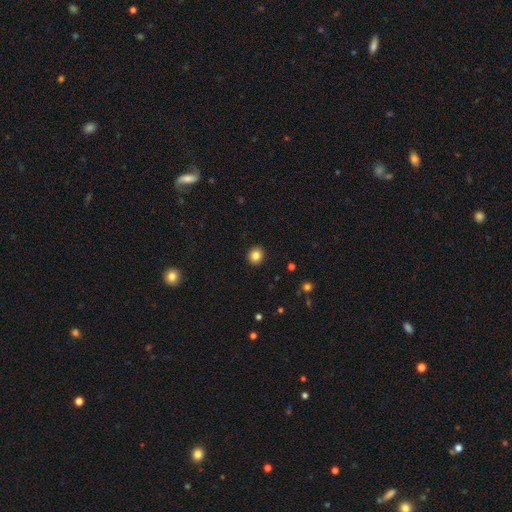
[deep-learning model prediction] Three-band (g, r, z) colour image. It shows a smooth galaxy with no disk features (84%) that is round (84%). Merging: none (92%).